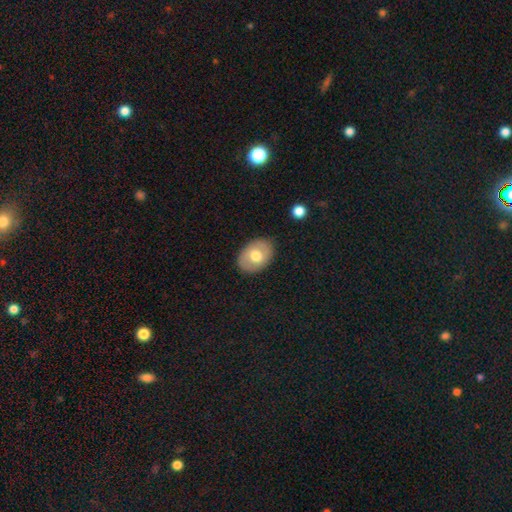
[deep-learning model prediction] The model was most divided on "smooth or featured": smooth: 61%, featured or disk: 32%, star or artifact: 6%. More confident: merging — none (85%); how rounded — in between (73%).